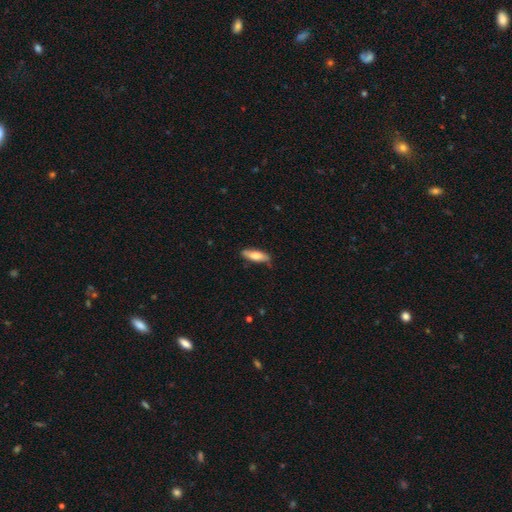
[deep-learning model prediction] smooth 73%, featured or disk 21%, star or artifact 6%. Down the decision tree: how rounded — in between (53%); merging — none (75%).